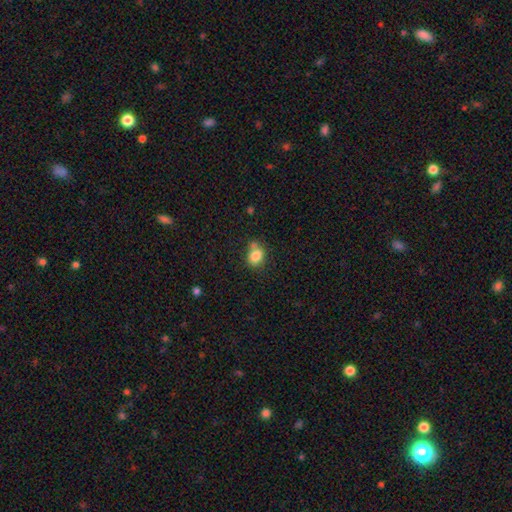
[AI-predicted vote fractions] smooth-or-featured: smooth: 82% | star or artifact: 10% | featured or disk: 8%
  how-rounded: round: 54% | in between: 45% | cigar-shaped: 1%
  merging: none: 57% | merger: 19% | minor disturbance: 19% | major disturbance: 5%